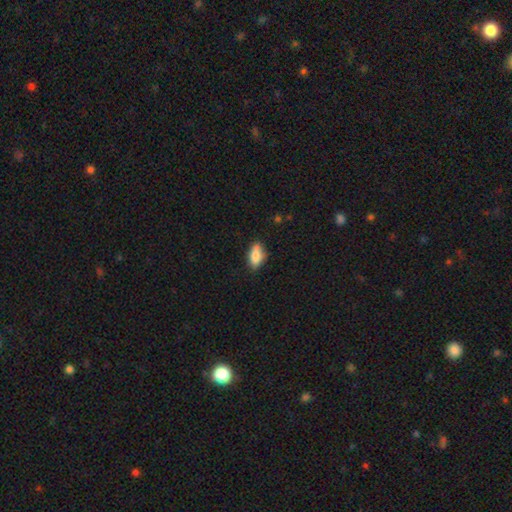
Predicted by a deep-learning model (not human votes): smooth_or_featured: smooth (p=0.84) [alt: featured or disk p=0.09]
how_rounded: in between (p=0.86) [alt: cigar-shaped p=0.11]
merging: none (p=0.78) [alt: minor disturbance p=0.18]